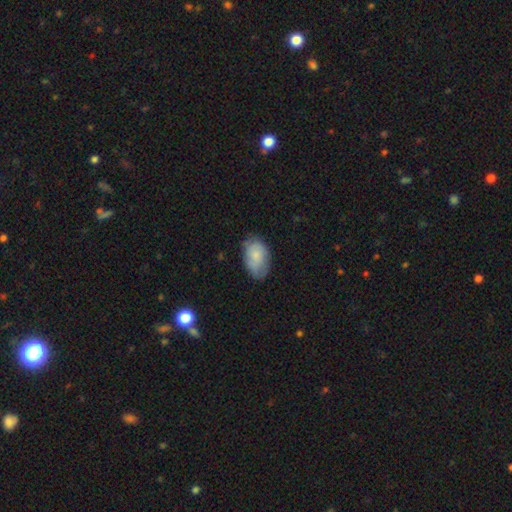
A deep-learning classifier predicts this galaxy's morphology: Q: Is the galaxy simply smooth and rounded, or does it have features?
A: smooth — 73%.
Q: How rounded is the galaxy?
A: in between — 91%.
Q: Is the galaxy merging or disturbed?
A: none — 62%.